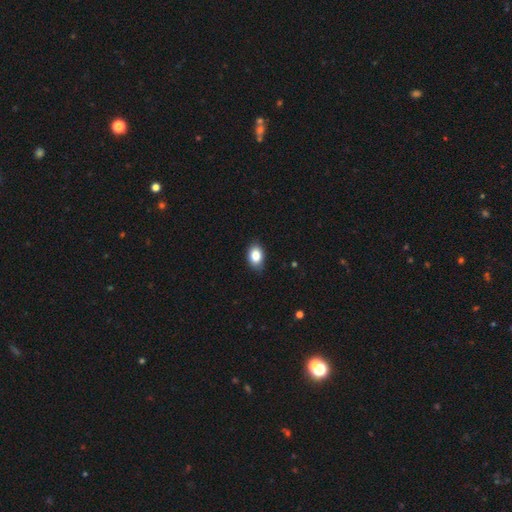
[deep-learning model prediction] Smooth or featured? smooth (85%)
How rounded? in between (81%)
Merging? none (83%)